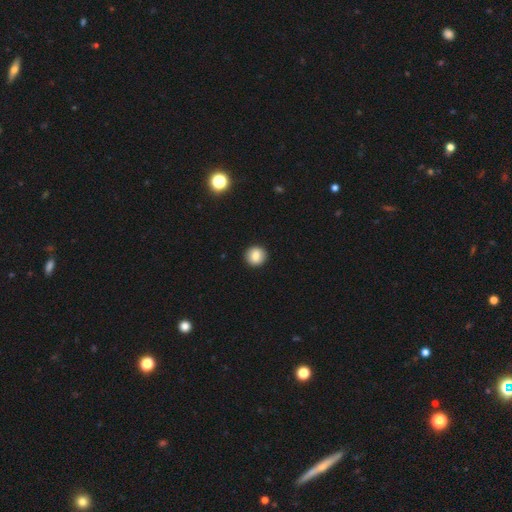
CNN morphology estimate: This is clearly a smooth galaxy (82%). How rounded: clearly round (92%). Merging: clearly none (92%).